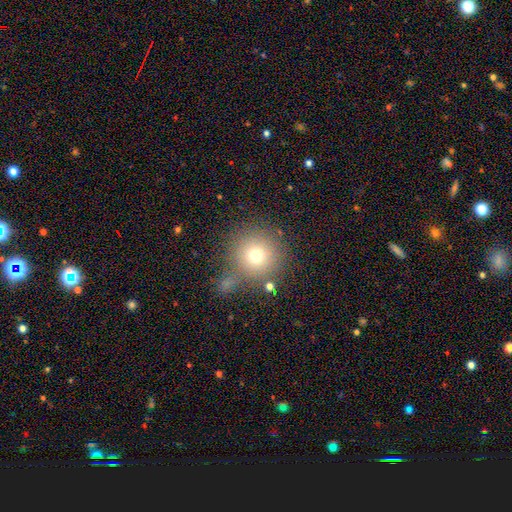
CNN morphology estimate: This is likely a smooth galaxy (71%). How rounded: clearly round (94%). Merging: likely none (72%).